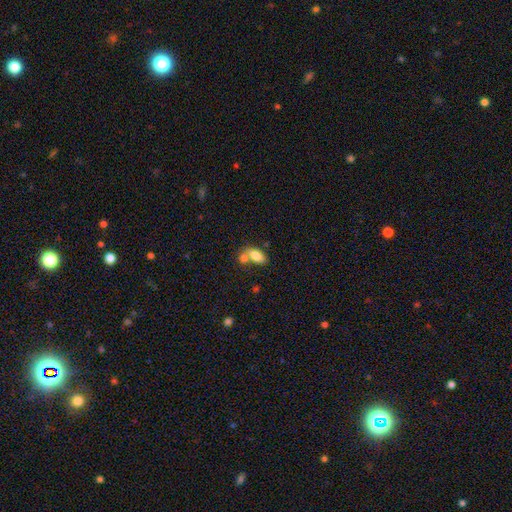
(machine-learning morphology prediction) smooth_or_featured: smooth (p=0.80) [alt: featured or disk p=0.13]
how_rounded: in between (p=0.89) [alt: cigar-shaped p=0.06]
merging: none (p=0.44) [alt: merger p=0.40]